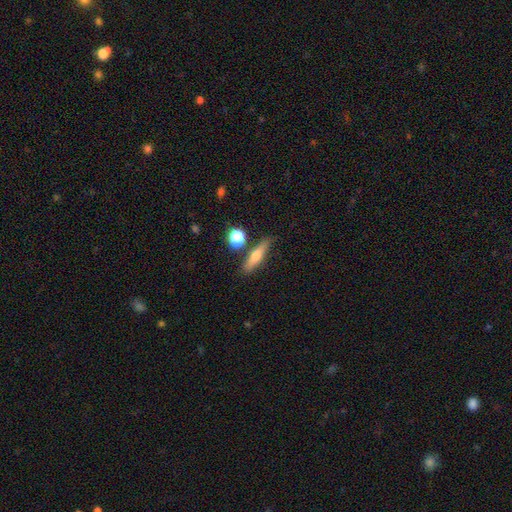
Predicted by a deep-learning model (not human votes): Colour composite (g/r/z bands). It shows a smooth galaxy with no disk features (61%) that is cigar-shaped (72%). Merging: none (77%).